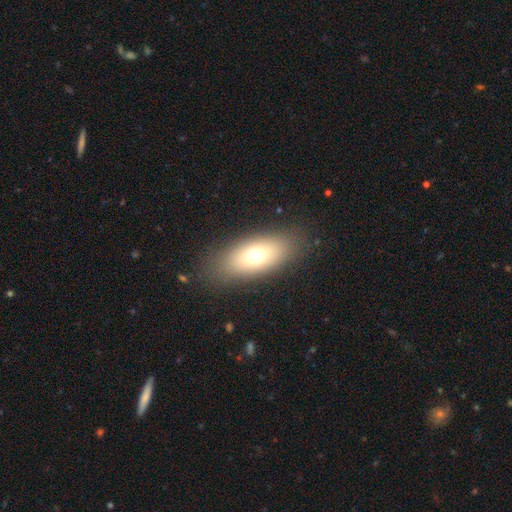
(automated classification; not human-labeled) This is likely a smooth galaxy (70%). How rounded: clearly in between (83%). Merging: clearly none (85%).